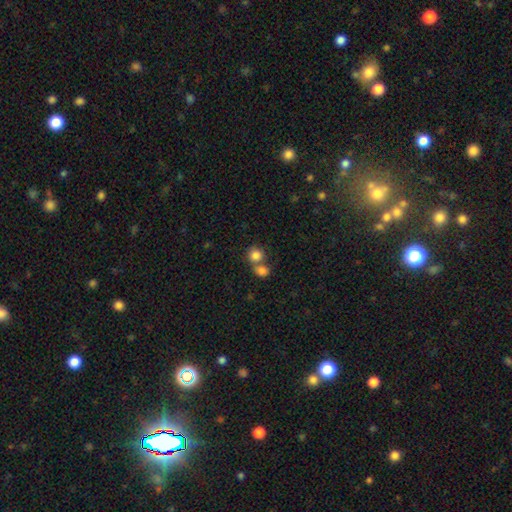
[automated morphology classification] Overall: smooth (83%). How rounded: round (82%). Merging: merger (49%; none 42%).